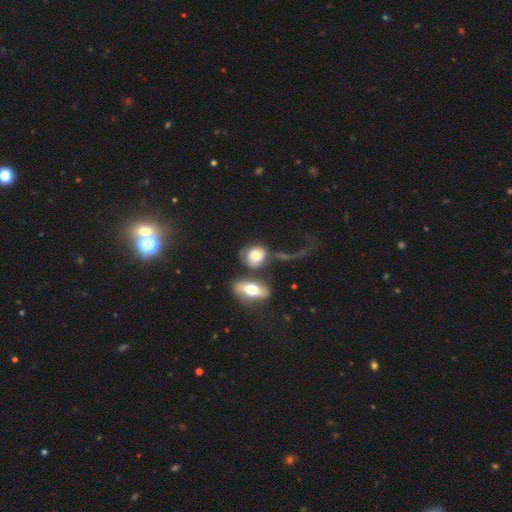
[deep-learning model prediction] smooth-or-featured: smooth: 61% | featured or disk: 31% | star or artifact: 8%
  how-rounded: in between: 52% | round: 45% | cigar-shaped: 3%
  merging: merger: 34% | major disturbance: 29% | none: 24% | minor disturbance: 13%